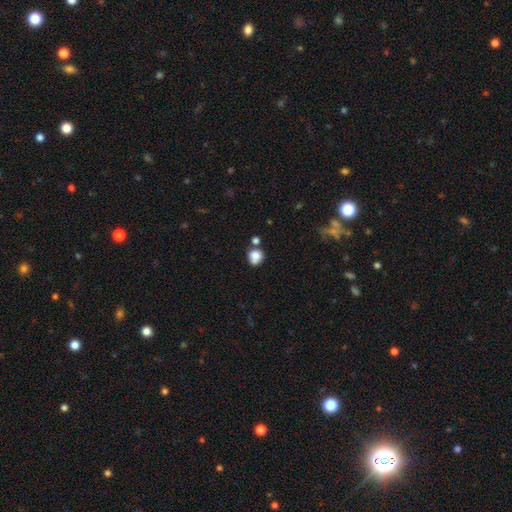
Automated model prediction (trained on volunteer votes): smooth 78%, star or artifact 11%, featured or disk 11%. Down the decision tree: how rounded — round (76%); merging — none (52%).